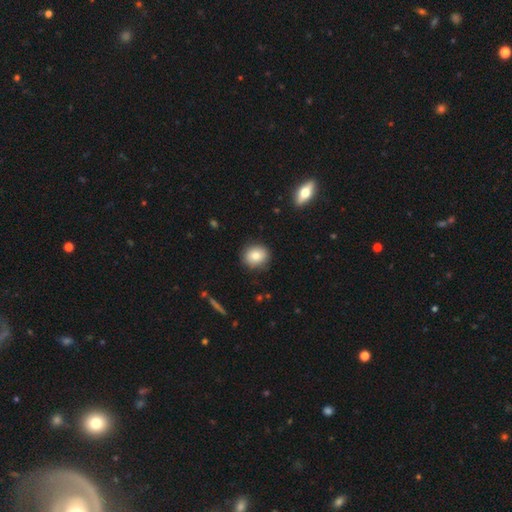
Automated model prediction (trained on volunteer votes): Smooth or featured?
  - smooth: 80% *
  - featured or disk: 11%
  - star or artifact: 9%
How rounded?
  - round: 72% *
  - in between: 27%
  - cigar-shaped: 1%
Merging?
  - none: 87% *
  - minor disturbance: 10%
  - major disturbance: 2%
  - merger: 1%